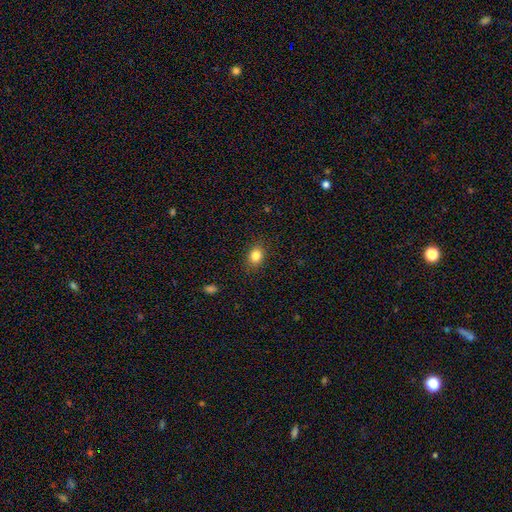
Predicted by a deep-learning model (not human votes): Smooth or featured? smooth (84%)
How rounded? in between (53%)
Merging? none (87%)